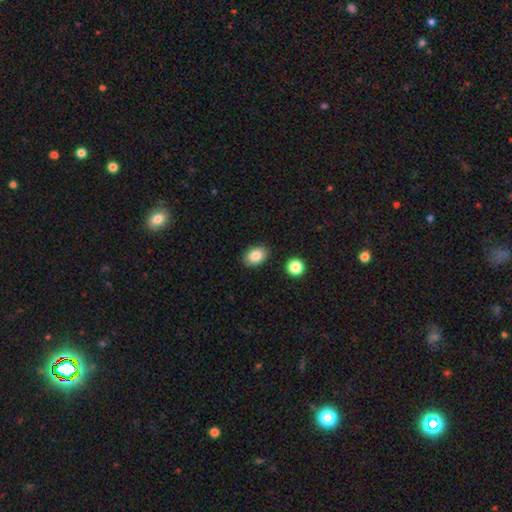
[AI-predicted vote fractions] Smooth or featured?
  - smooth: 85% *
  - star or artifact: 9%
  - featured or disk: 7%
How rounded?
  - in between: 79% *
  - round: 20%
  - cigar-shaped: 1%
Merging?
  - none: 87% *
  - minor disturbance: 9%
  - merger: 2%
  - major disturbance: 2%